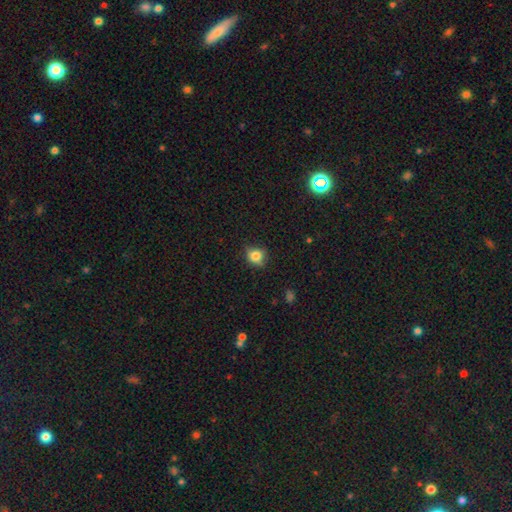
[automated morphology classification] Q: Smooth or featured?
A: smooth (77%); runner-up: star or artifact (12%)
Q: How rounded?
A: round (69%); runner-up: in between (29%)
Q: Merging?
A: none (74%); runner-up: minor disturbance (21%)